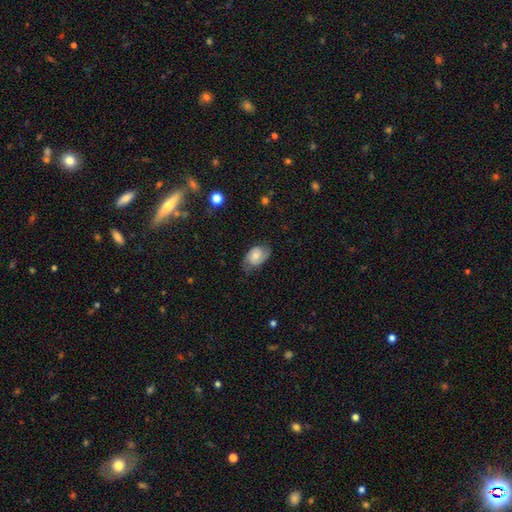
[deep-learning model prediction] Smooth or featured: smooth — 46% (tied with featured or disk — 46%)
Merging: none — 66% (minor disturbance — 25%)